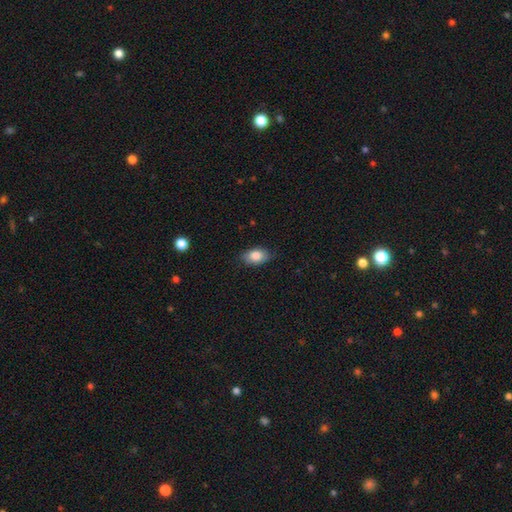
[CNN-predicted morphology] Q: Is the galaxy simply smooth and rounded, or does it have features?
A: smooth — 84%.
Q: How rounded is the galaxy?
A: in between — 88%.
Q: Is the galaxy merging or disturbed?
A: none — 79%.